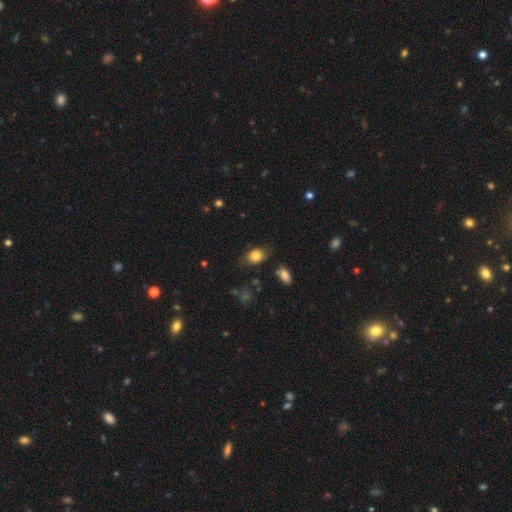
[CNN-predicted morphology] Smooth or featured? smooth (81%)
How rounded? in between (69%)
Merging? none (71%)